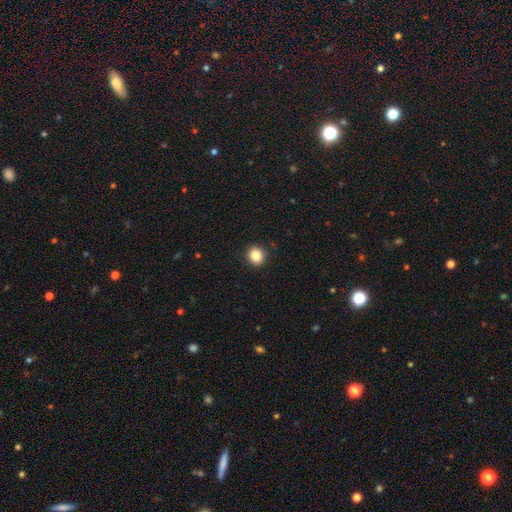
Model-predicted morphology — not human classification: A smooth galaxy with no disk features (85%) that is round (83%).

Vote fractions:
- Smooth or featured? smooth: 85% / star or artifact: 10% / featured or disk: 5%
- How rounded? round: 83% / in between: 16% / cigar-shaped: 1%
- Merging? none: 92% / minor disturbance: 6% / major disturbance: 2% / merger: 1%